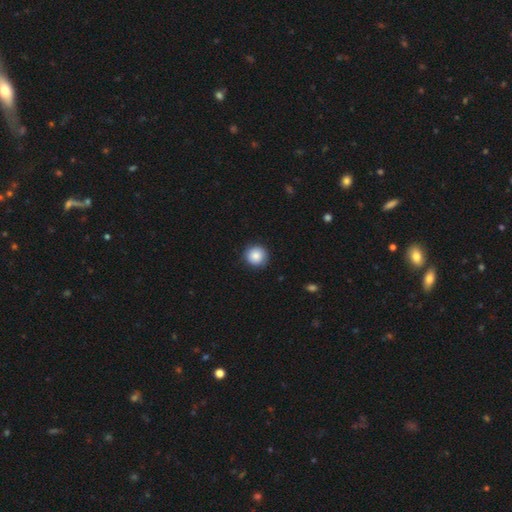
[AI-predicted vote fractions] A smooth galaxy with no disk features (86%) that is round (93%). Merging: none (89%).